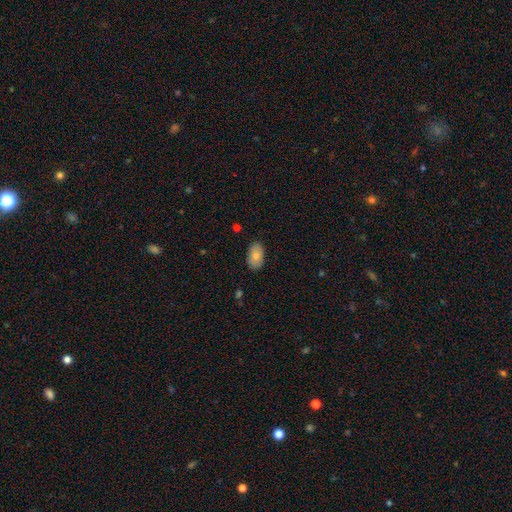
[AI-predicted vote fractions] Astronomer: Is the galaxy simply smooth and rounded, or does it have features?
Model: smooth — 79%.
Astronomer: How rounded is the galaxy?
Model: in between — 93%.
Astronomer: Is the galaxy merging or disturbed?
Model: none — 85%.